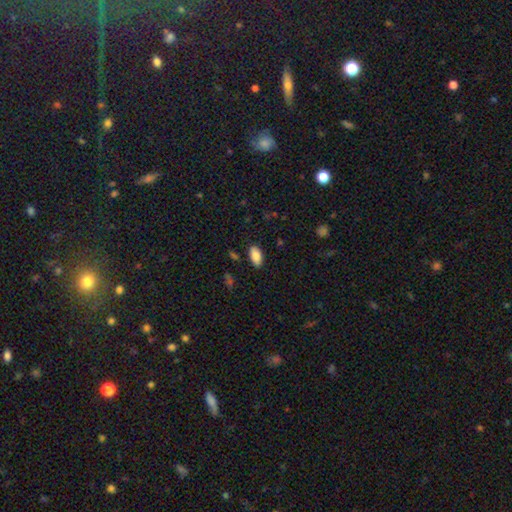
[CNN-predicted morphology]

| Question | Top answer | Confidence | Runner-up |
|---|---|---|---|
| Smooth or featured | smooth | 87% | star or artifact (7%) |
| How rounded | in between | 92% | cigar-shaped (6%) |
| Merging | none | 86% | minor disturbance (10%) |